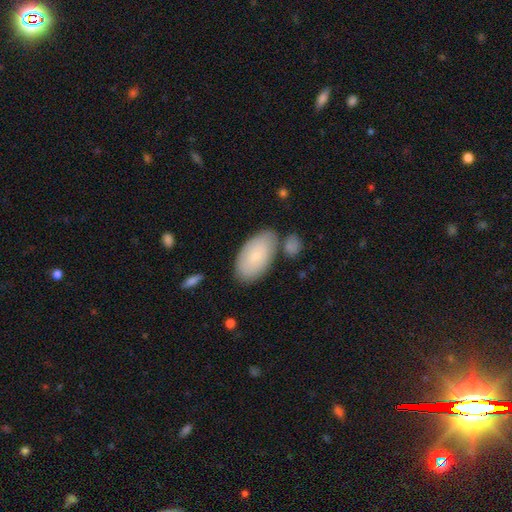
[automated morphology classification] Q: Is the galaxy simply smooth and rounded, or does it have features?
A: smooth — 71%.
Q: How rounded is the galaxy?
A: in between — 95%.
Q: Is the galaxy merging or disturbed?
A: none — 66%.